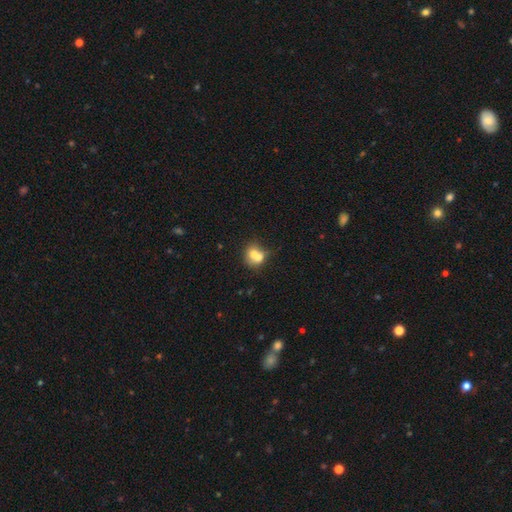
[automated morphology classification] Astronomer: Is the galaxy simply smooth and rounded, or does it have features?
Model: smooth — 67%.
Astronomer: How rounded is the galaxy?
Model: round — 66%.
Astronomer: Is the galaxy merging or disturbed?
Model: merger — 61%.